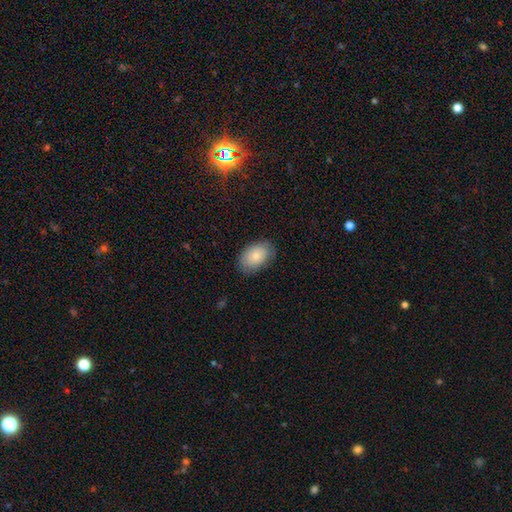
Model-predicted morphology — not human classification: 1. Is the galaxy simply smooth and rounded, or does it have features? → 80% smooth, 13% featured or disk, 7% star or artifact.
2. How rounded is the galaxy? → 87% in between, 12% round, 1% cigar-shaped.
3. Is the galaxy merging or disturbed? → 80% none, 16% minor disturbance, 3% major disturbance, 1% merger.